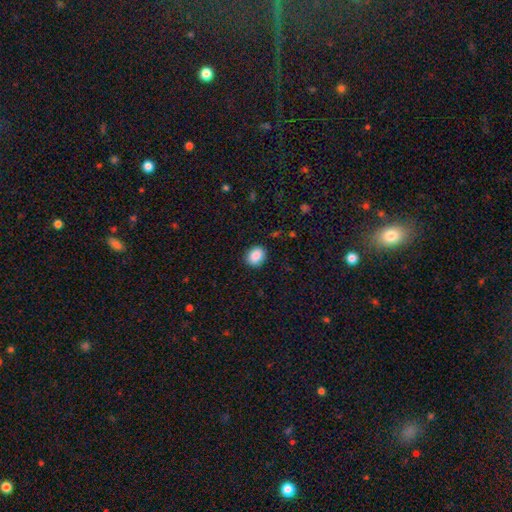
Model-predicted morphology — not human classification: Smooth or featured: smooth — 89% (star or artifact — 8%)
How rounded: in between — 50% (round — 49%)
Merging: none — 88% (minor disturbance — 9%)